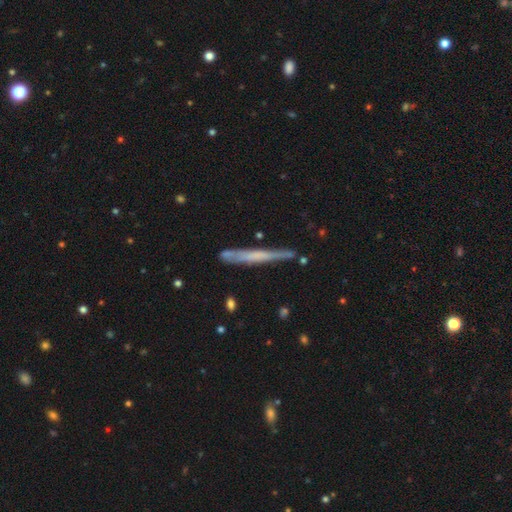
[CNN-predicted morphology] smooth_or_featured: featured or disk (p=0.48) [alt: smooth p=0.46]
merging: none (p=0.77) [alt: minor disturbance p=0.16]